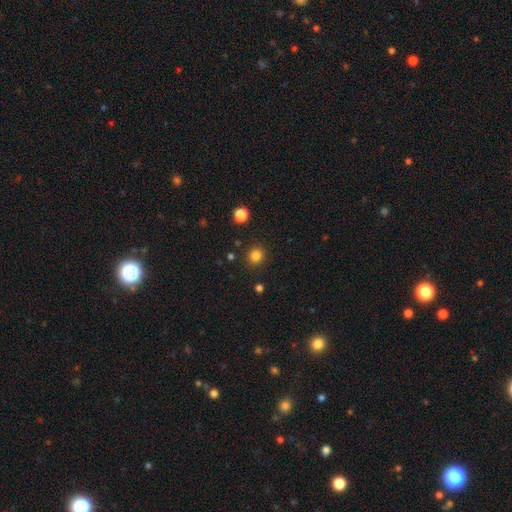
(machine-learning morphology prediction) Smooth or featured? smooth (83%)
How rounded? round (89%)
Merging? none (89%)